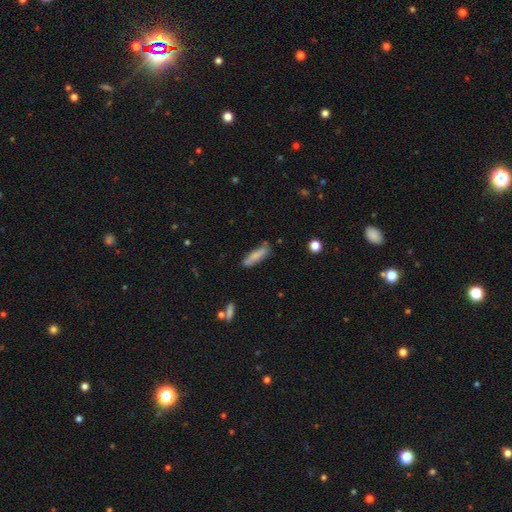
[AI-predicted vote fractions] smooth-or-featured: smooth: 78% | featured or disk: 15% | star or artifact: 7%
  how-rounded: cigar-shaped: 61% | in between: 37% | round: 2%
  merging: none: 75% | minor disturbance: 18% | major disturbance: 3% | merger: 3%